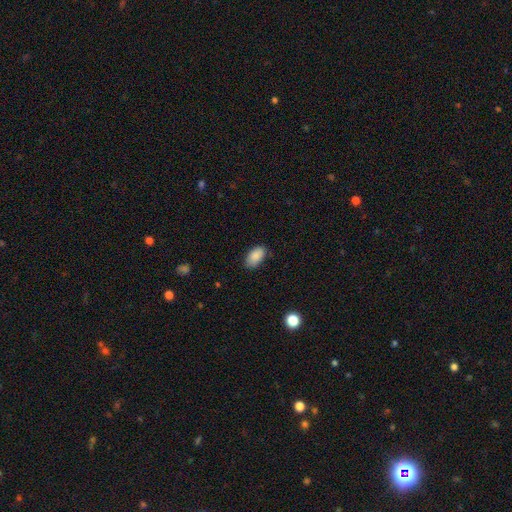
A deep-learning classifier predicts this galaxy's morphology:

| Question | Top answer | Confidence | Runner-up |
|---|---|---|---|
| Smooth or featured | smooth | 88% | star or artifact (7%) |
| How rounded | in between | 94% | round (4%) |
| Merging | none | 79% | minor disturbance (17%) |